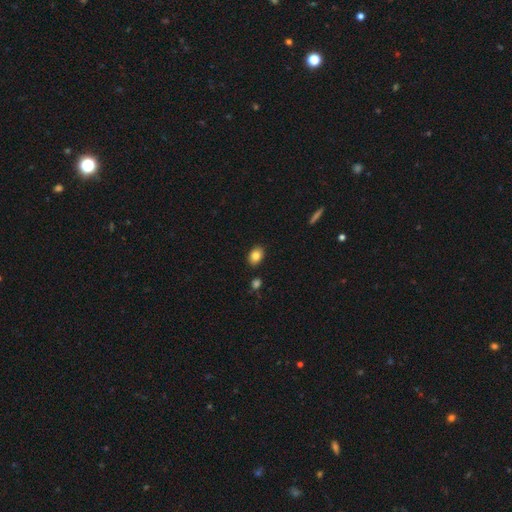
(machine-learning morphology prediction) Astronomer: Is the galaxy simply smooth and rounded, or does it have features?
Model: smooth — 84%.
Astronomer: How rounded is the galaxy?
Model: in between — 74%.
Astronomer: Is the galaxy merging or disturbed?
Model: none — 86%.